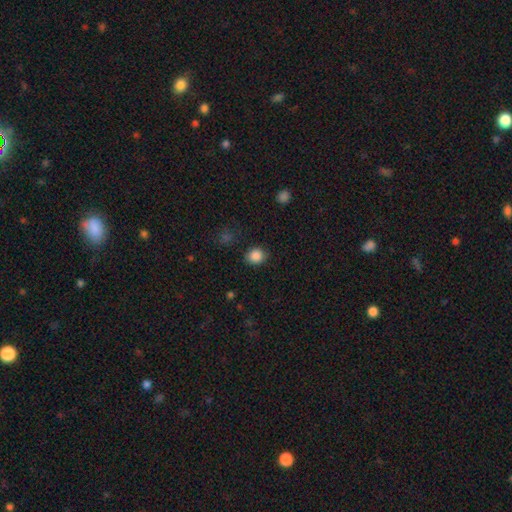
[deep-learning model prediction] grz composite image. It shows a smooth galaxy with no disk features (86%) that is round (73%). Merging: none (87%).